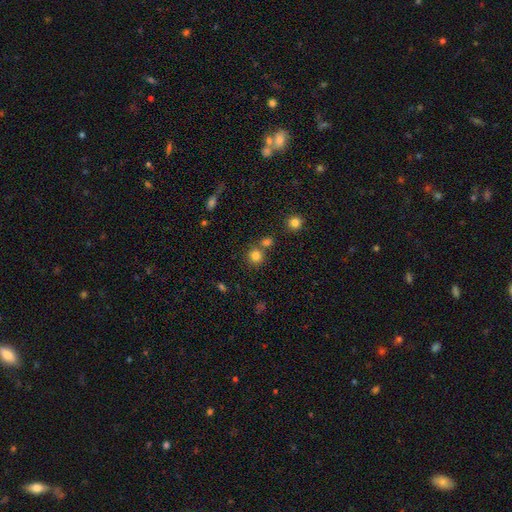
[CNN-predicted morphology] smooth_or_featured: smooth (p=0.80) [alt: star or artifact p=0.14]
how_rounded: round (p=0.91) [alt: in between p=0.08]
merging: none (p=0.73) [alt: merger p=0.17]